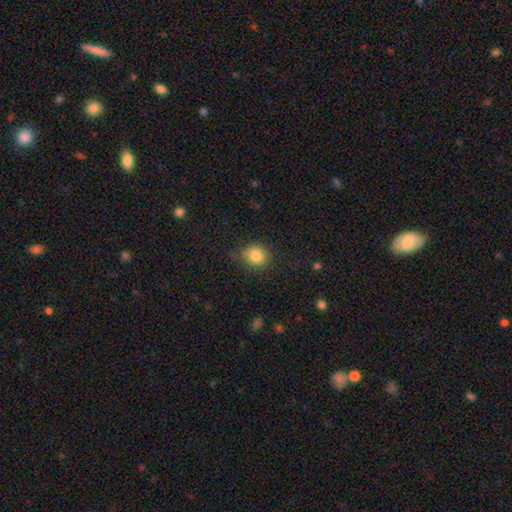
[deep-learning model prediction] smooth_or_featured: smooth (p=0.84) [alt: star or artifact p=0.10]
how_rounded: round (p=0.83) [alt: in between p=0.17]
merging: none (p=0.78) [alt: minor disturbance p=0.17]